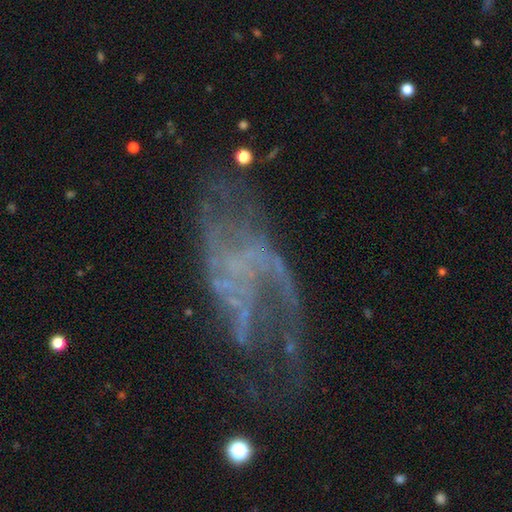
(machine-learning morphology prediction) This is likely a featured or disk galaxy (74%). It is clearly not viewed edge-on (95%). Bar: likely no (71%). Spiral arm pattern: likely yes (64%). Central bulge: likely none (74%). Merging: marginally major disturbance (43%).